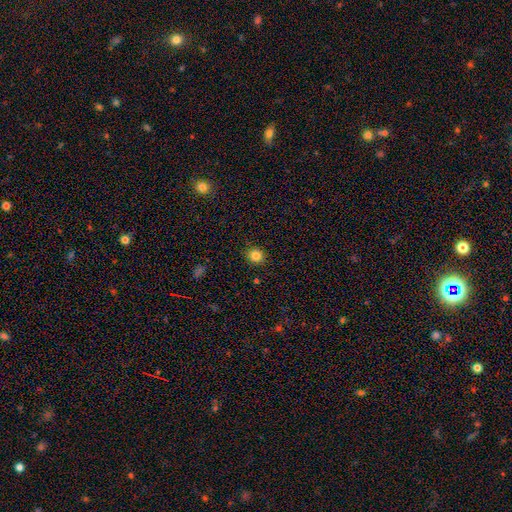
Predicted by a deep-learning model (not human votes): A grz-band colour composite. It shows a smooth galaxy with no disk features (84%) that is round (86%). Merging: none (90%).